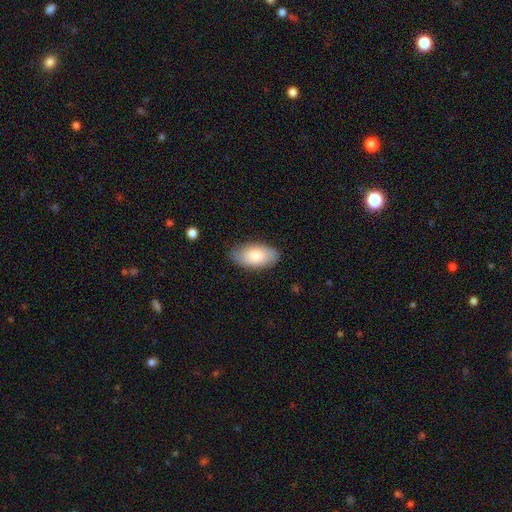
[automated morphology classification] This appears to be a smooth galaxy with no disk features (78%) that is in between round and cigar-shaped (95%). Merging: none (82%).